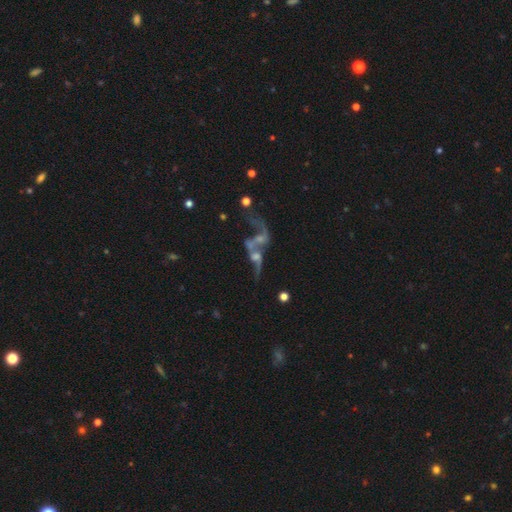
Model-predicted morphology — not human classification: A featured or disk galaxy (64%) with no bar (74%), no spiral arms (53%) and no central bulge (35%).

Vote fractions:
- Smooth or featured? featured or disk: 64% / smooth: 18% / star or artifact: 18%
- Edge-on disk? no: 88% / yes: 12%
- Bar? no: 74% / weak: 19% / strong: 6%
- Spiral arms? no: 53% / yes: 47%
- Bulge size? none: 35% / small: 31% / moderate: 26% / large: 5% / dominant: 3%
- Merging? merger: 63% / major disturbance: 18% / none: 14% / minor disturbance: 6%